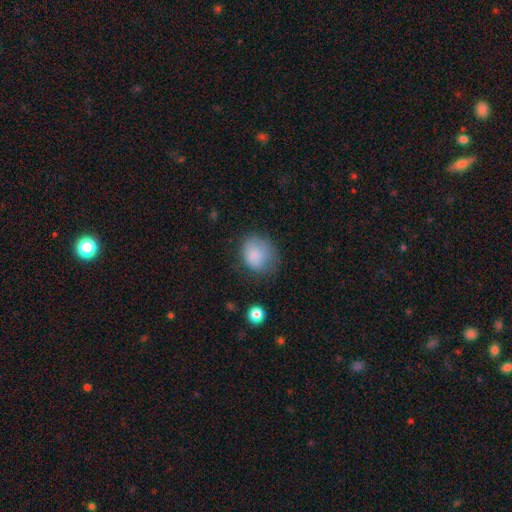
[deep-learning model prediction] A smooth galaxy with no disk features (82%) that is round (62%).

Vote fractions:
- Smooth or featured? smooth: 82% / featured or disk: 10% / star or artifact: 8%
- How rounded? round: 62% / in between: 37% / cigar-shaped: 1%
- Merging? none: 55% / minor disturbance: 29% / major disturbance: 14% / merger: 2%